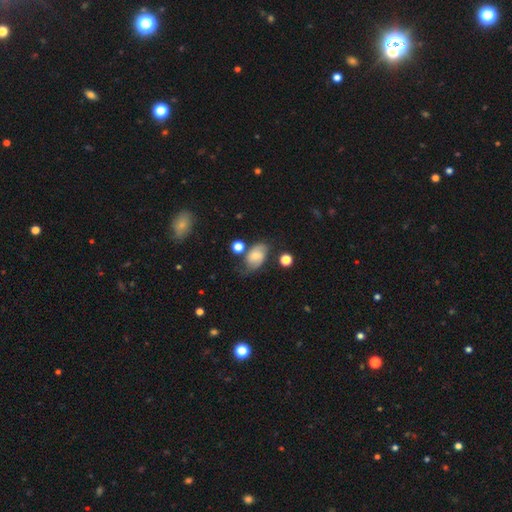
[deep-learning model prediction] smooth_or_featured: smooth (p=0.46) [alt: featured or disk p=0.44]
merging: none (p=0.57) [alt: minor disturbance p=0.25]